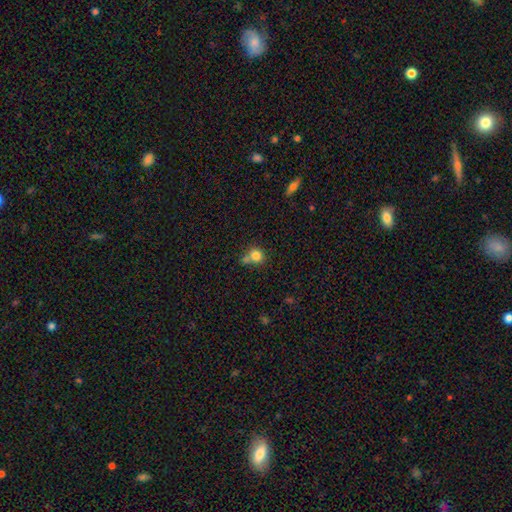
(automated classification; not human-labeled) smooth 81%, star or artifact 11%, featured or disk 8%. Down the decision tree: how rounded — round (83%); merging — none (52%).